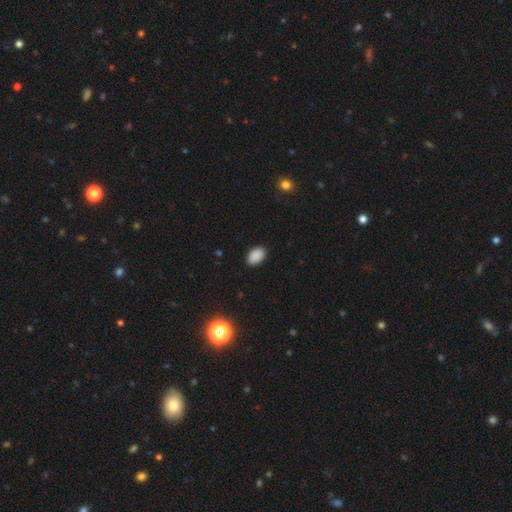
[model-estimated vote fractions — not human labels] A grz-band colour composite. It shows a smooth galaxy with no disk features (88%) that is in between round and cigar-shaped (91%). Merging: none (88%).